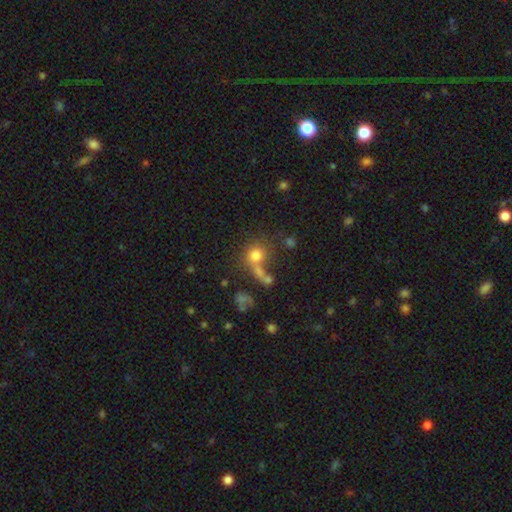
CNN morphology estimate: Q: Smooth or featured?
A: smooth (74%); runner-up: star or artifact (14%)
Q: How rounded?
A: round (81%); runner-up: in between (18%)
Q: Merging?
A: none (45%); runner-up: merger (31%)